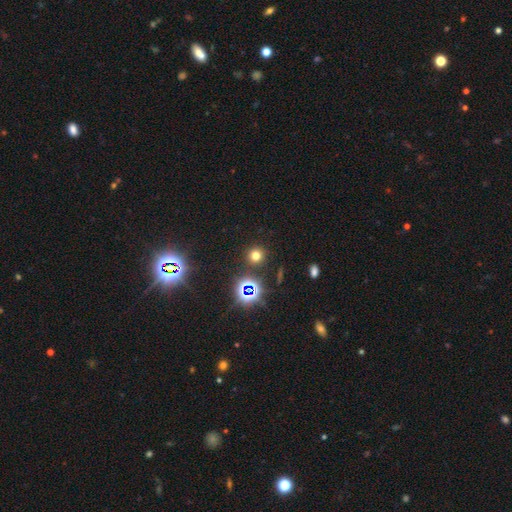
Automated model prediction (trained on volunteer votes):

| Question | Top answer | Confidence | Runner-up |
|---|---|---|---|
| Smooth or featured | smooth | 64% | star or artifact (28%) |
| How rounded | round | 92% | in between (7%) |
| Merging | none | 89% | minor disturbance (6%) |